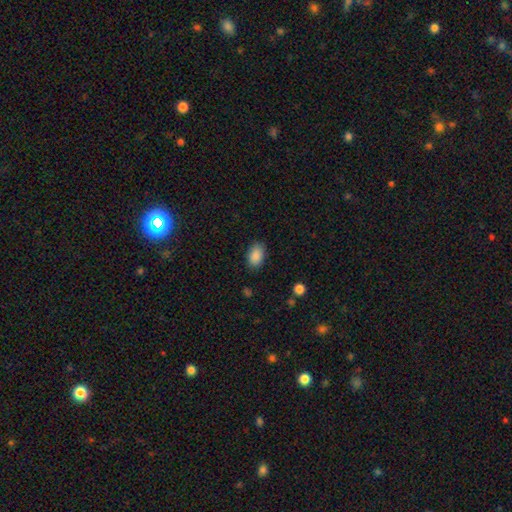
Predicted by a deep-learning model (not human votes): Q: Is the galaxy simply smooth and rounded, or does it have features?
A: smooth — 88%.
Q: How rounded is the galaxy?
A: in between — 87%.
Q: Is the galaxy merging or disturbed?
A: none — 84%.